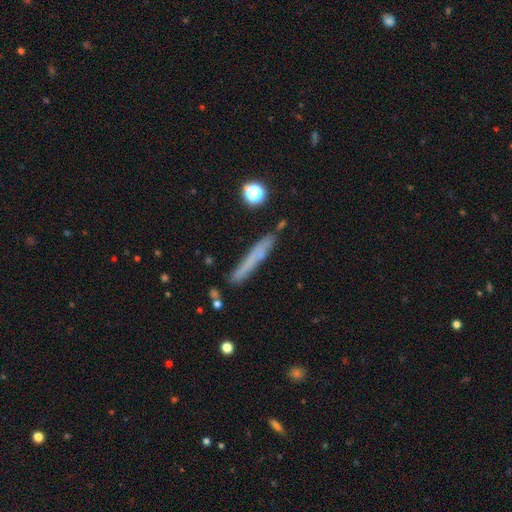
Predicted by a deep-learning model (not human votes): The model was most divided on "smooth or featured": smooth: 56%, featured or disk: 34%, star or artifact: 10%. More confident: how rounded — cigar-shaped (95%); merging — none (79%).